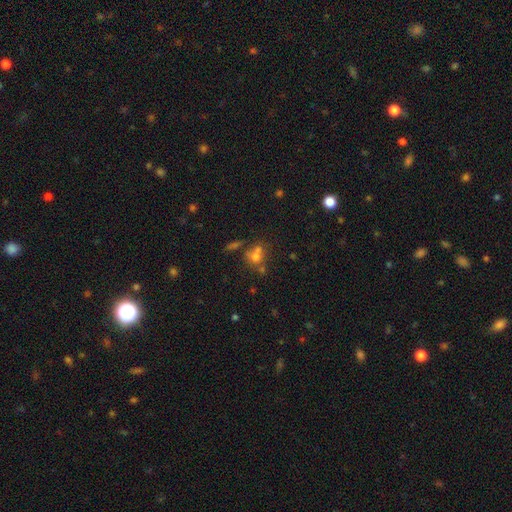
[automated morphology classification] Overall: smooth (62%). How rounded: round (73%). Merging: merger (42%; none 41%).